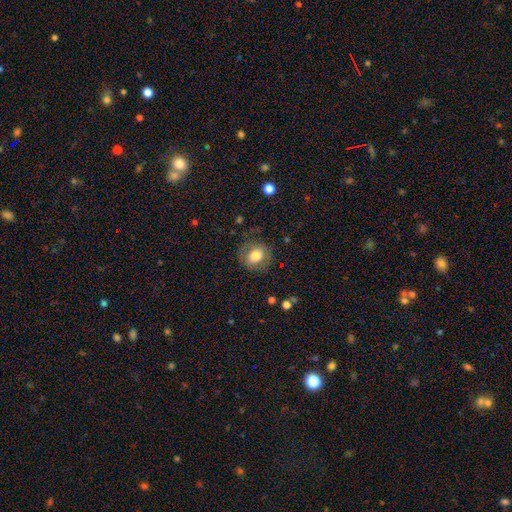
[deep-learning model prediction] A smooth galaxy with no disk features (72%) that is round (66%). Merging: none (78%).